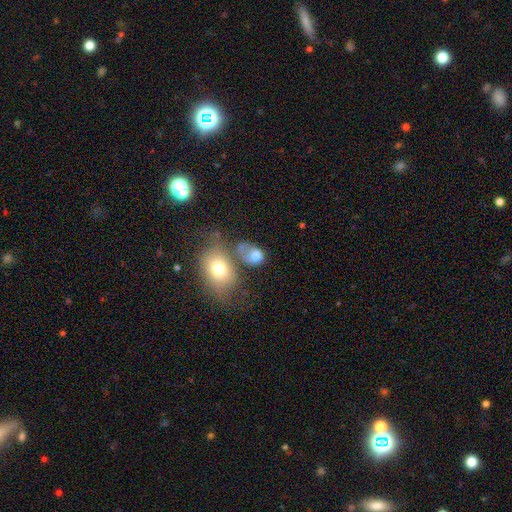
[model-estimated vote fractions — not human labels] Smooth or featured: smooth — 72% (featured or disk — 18%)
How rounded: in between — 63% (round — 36%)
Merging: merger — 38% (none — 29%)